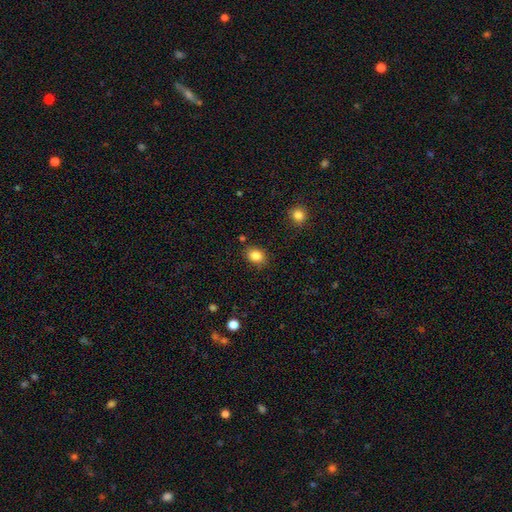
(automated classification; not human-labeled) Smooth or featured: smooth — 85% (star or artifact — 10%)
How rounded: in between — 55% (round — 44%)
Merging: none — 83% (minor disturbance — 11%)